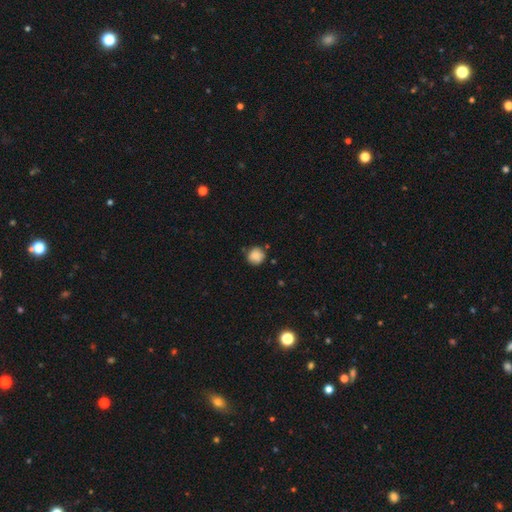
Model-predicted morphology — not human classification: This is clearly a smooth galaxy (85%). How rounded: clearly round (89%). Merging: likely none (72%).